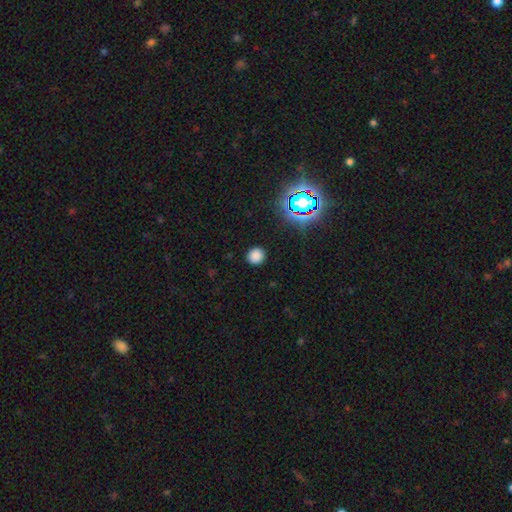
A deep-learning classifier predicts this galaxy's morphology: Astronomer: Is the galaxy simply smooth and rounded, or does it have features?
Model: smooth — 79%.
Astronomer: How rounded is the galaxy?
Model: round — 92%.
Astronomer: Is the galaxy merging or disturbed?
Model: none — 90%.